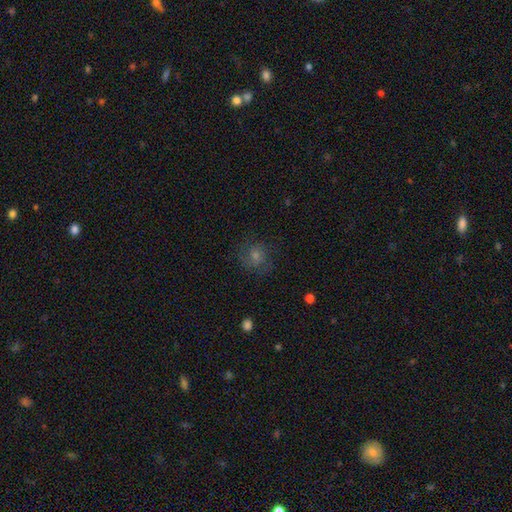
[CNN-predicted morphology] A featured or disk galaxy (41%). Merging: none (76%).